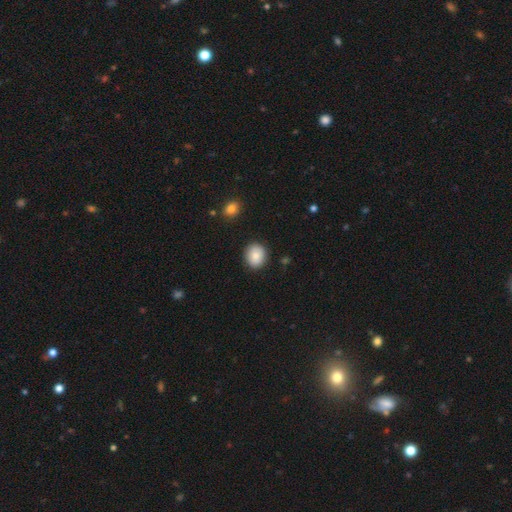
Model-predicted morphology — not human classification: The model was most divided on "how rounded": round: 76%, in between: 23%, cigar-shaped: 1%. More confident: merging — none (89%); smooth or featured — smooth (84%).